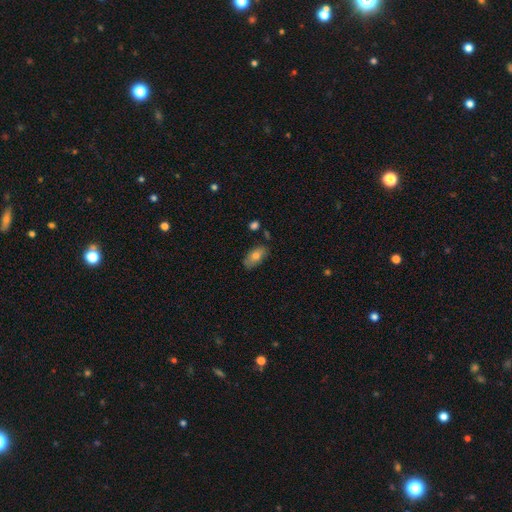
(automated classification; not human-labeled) smooth_or_featured: smooth (p=0.74) [alt: featured or disk p=0.19]
how_rounded: in between (p=0.90) [alt: cigar-shaped p=0.06]
merging: none (p=0.78) [alt: minor disturbance p=0.16]